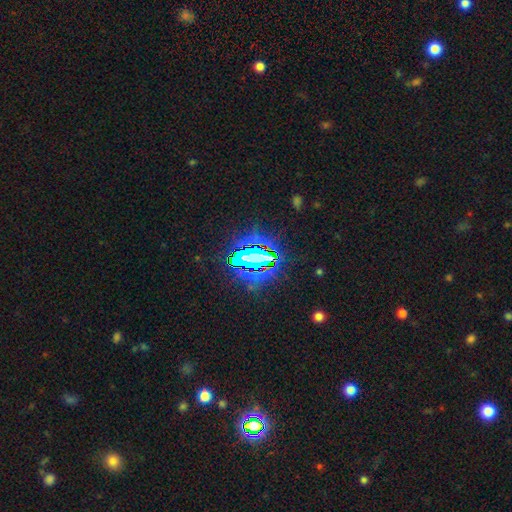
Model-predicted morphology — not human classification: This appears to be a star or artifact, not a galaxy (82%).